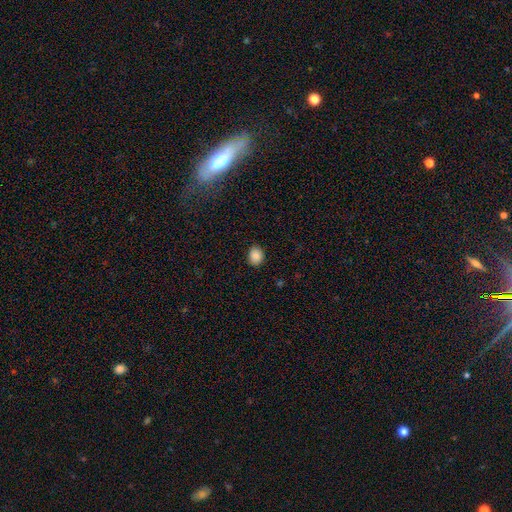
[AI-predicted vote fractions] Morphology: type=smooth (87%); roundness=round (52%); merging=none (86%).